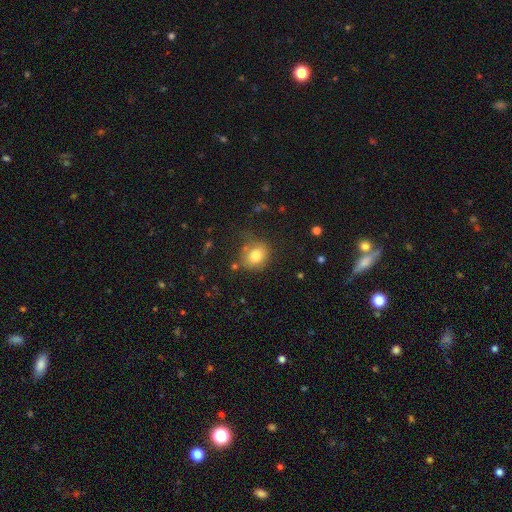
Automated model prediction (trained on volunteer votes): This appears to be a smooth galaxy with no disk features (79%) that is round (68%). Merging: none (68%).